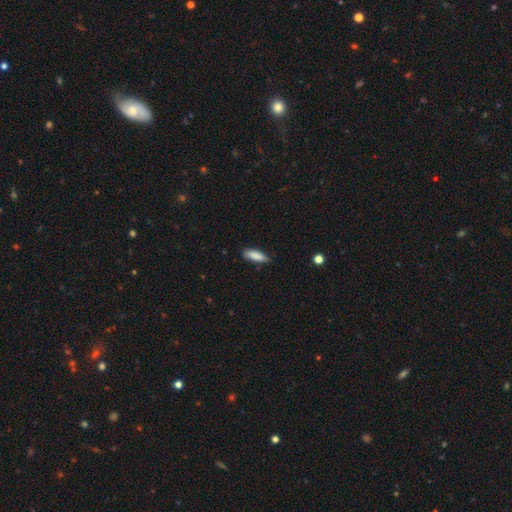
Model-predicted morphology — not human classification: Overall: smooth (86%). How rounded: in between (60%; cigar-shaped 39%). Merging: none (75%).